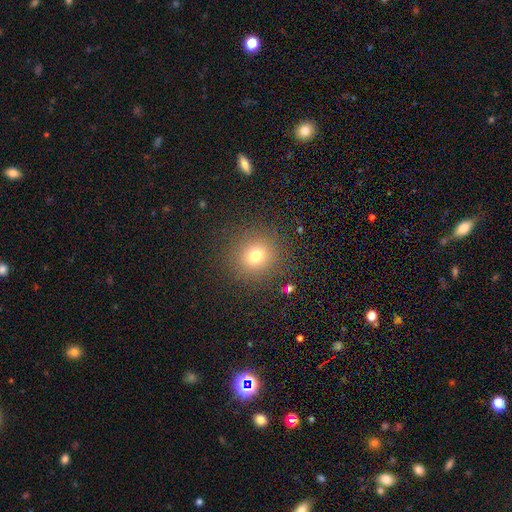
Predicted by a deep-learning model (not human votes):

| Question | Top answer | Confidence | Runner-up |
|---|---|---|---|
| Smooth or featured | smooth | 74% | star or artifact (17%) |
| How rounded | round | 92% | in between (7%) |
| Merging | none | 88% | minor disturbance (7%) |